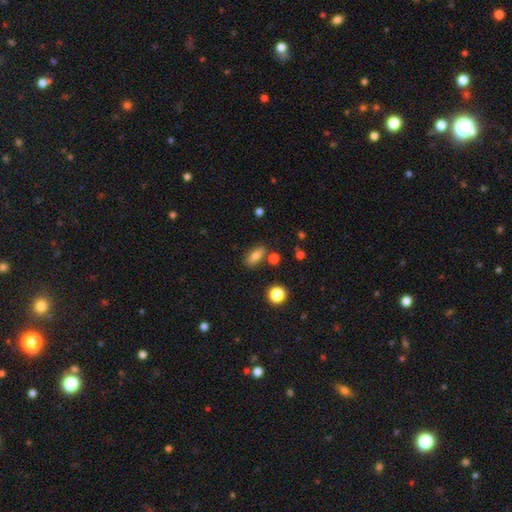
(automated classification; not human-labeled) A smooth galaxy with no disk features (75%) that is in between round and cigar-shaped (69%).

Vote fractions:
- Smooth or featured? smooth: 75% / featured or disk: 15% / star or artifact: 10%
- How rounded? in between: 69% / cigar-shaped: 23% / round: 8%
- Merging? none: 79% / minor disturbance: 11% / merger: 6% / major disturbance: 3%